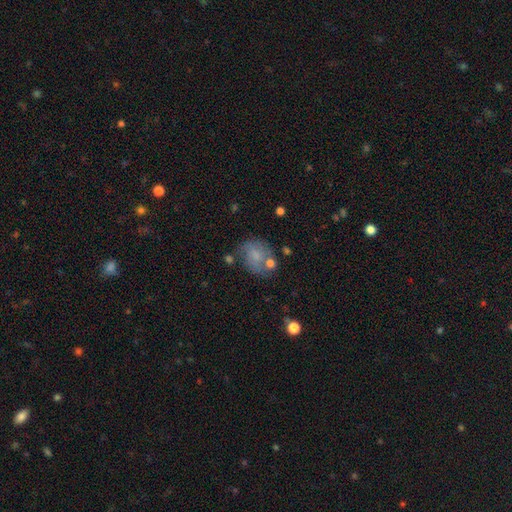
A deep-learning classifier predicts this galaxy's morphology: Smooth or featured? Predicted: smooth (p=0.56). How rounded? Predicted: round (p=0.51). Merging? Predicted: none (p=0.55).